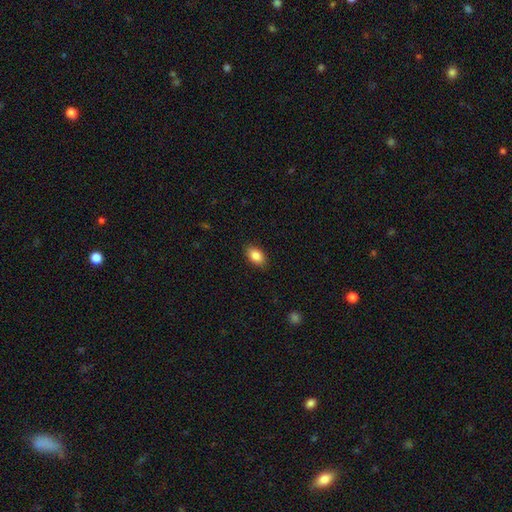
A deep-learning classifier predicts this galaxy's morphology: A smooth galaxy with no disk features (86%) that is in between round and cigar-shaped (88%). Merging: none (88%).